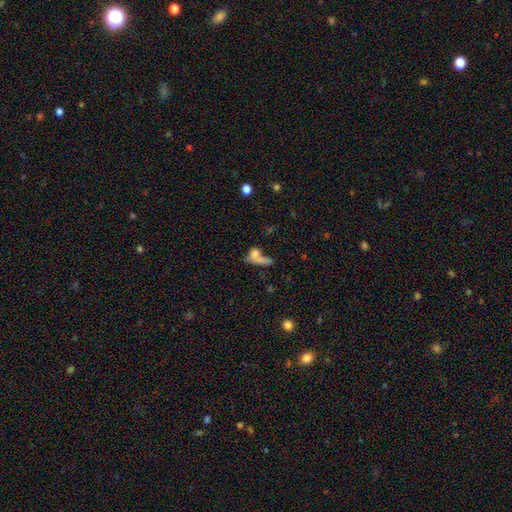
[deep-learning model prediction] Morphology: type=smooth (66%); roundness=in between (48%); merging=merger (42%).